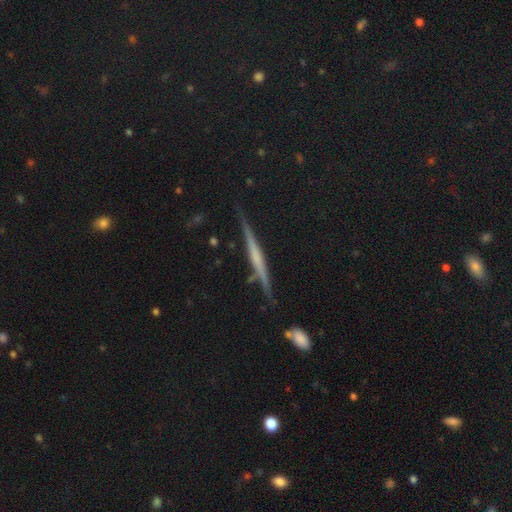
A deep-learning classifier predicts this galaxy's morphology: smooth_or_featured: featured or disk (p=0.66) [alt: smooth p=0.27]
disk_edge_on: yes (p=0.98) [alt: no p=0.02]
edge_on_bulge: none (p=0.53) [alt: rounded p=0.30]
merging: none (p=0.83) [alt: minor disturbance p=0.12]